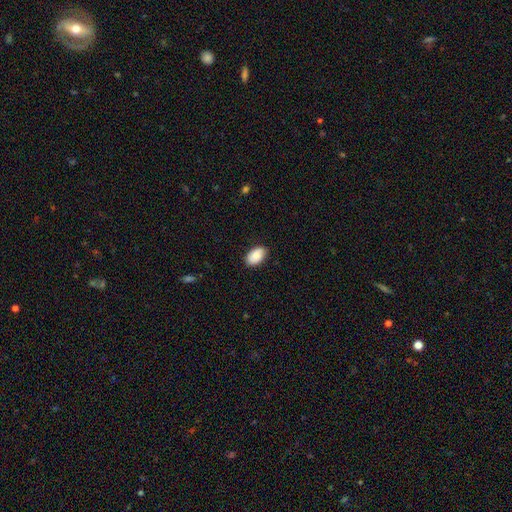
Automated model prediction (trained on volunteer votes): smooth-or-featured: smooth: 86% | featured or disk: 7% | star or artifact: 7%
  how-rounded: in between: 92% | round: 6% | cigar-shaped: 1%
  merging: none: 82% | minor disturbance: 14% | major disturbance: 3% | merger: 1%